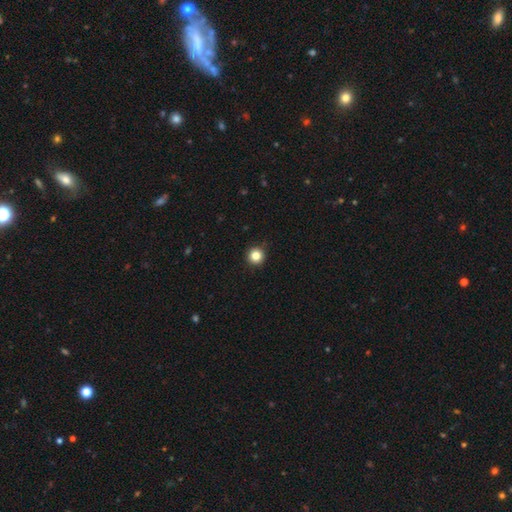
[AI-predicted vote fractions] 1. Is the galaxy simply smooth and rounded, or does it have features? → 84% smooth, 12% star or artifact, 5% featured or disk.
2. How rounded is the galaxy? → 96% round, 3% in between, 1% cigar-shaped.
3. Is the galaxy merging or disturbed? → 92% none, 5% minor disturbance, 2% major disturbance, 1% merger.